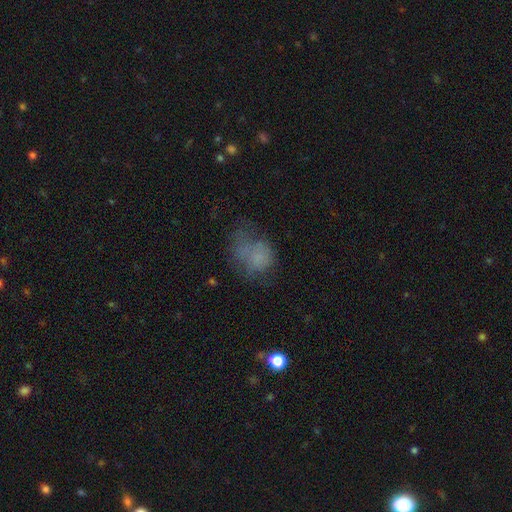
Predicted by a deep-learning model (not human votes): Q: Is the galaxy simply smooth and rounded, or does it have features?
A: smooth — 61%.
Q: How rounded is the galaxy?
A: in between — 52%.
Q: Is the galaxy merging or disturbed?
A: major disturbance — 36%.